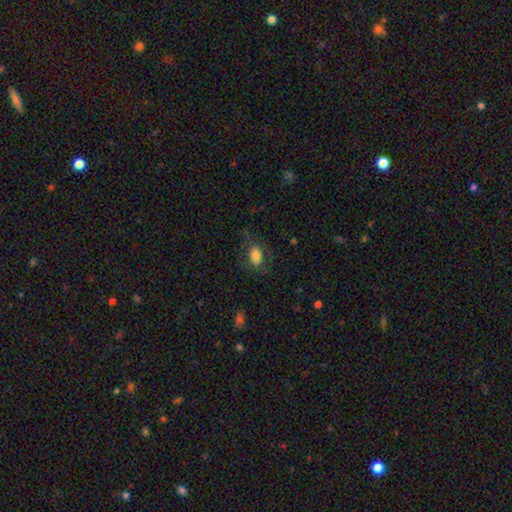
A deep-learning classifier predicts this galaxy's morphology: smooth 74%, featured or disk 17%, star or artifact 9%. Down the decision tree: how rounded — in between (86%); merging — none (68%).